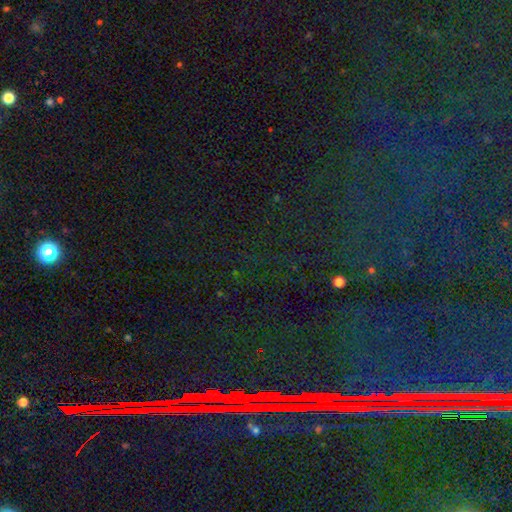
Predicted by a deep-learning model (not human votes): Q: Smooth or featured?
A: star or artifact (84%); runner-up: smooth (8%)